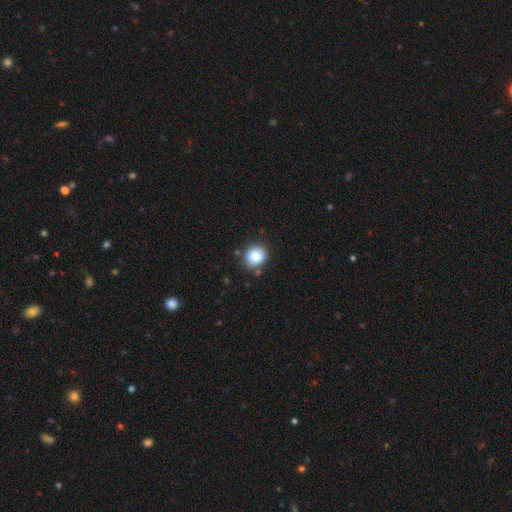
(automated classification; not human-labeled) This is clearly a smooth galaxy (83%). How rounded: clearly round (85%). Merging: clearly none (84%).